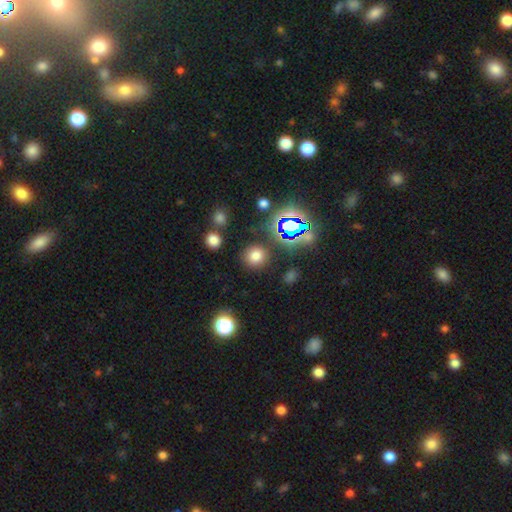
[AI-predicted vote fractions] This is likely a smooth galaxy (71%). How rounded: clearly round (89%). Merging: clearly none (85%).